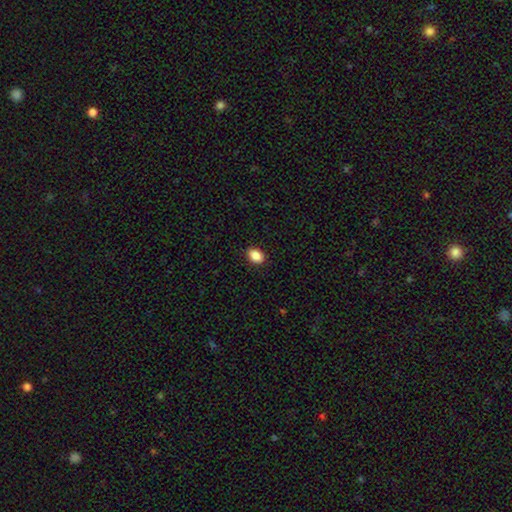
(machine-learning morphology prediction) This is clearly a smooth galaxy (89%). How rounded: clearly in between (83%). Merging: clearly none (90%).